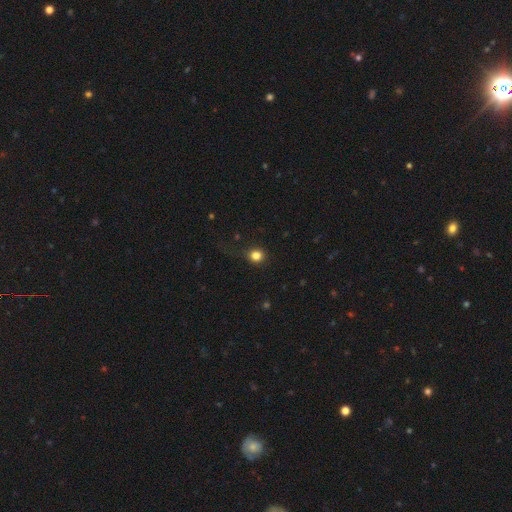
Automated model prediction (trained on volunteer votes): Smooth or featured? Predicted: smooth (p=0.82). How rounded? Predicted: round (p=0.87). Merging? Predicted: none (p=0.78).